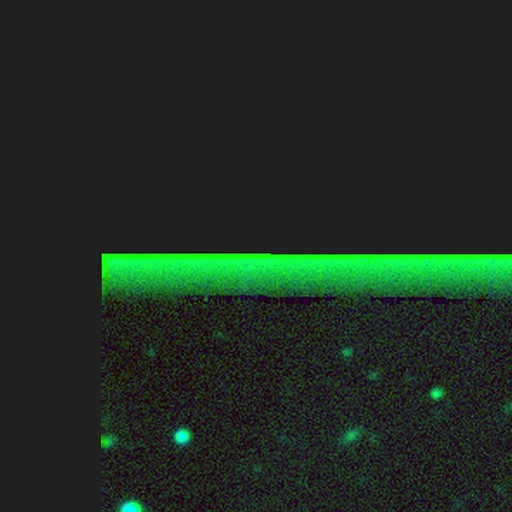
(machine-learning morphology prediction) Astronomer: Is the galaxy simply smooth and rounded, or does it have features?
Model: star or artifact — 84%.